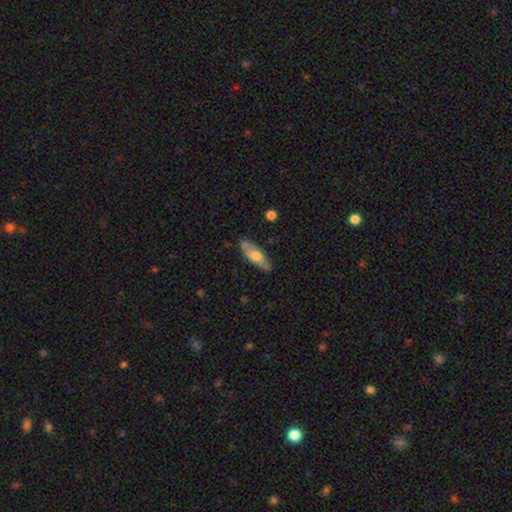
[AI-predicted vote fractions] smooth_or_featured: smooth (p=0.58) [alt: featured or disk p=0.36]
how_rounded: in between (p=0.59) [alt: cigar-shaped p=0.39]
merging: none (p=0.78) [alt: minor disturbance p=0.16]